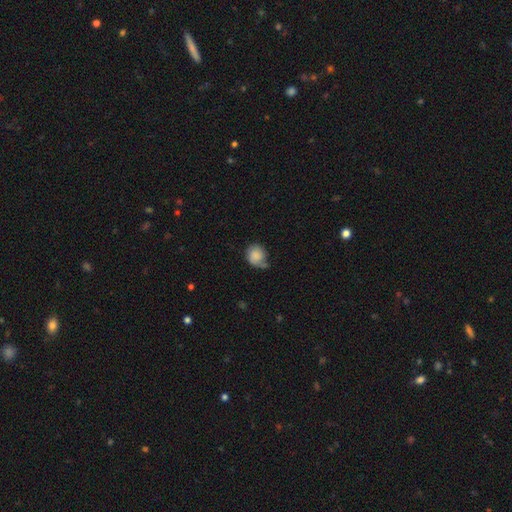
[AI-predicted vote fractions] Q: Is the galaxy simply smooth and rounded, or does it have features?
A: smooth — 74%.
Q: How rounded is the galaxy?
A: round — 74%.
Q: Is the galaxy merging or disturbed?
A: none — 43%.